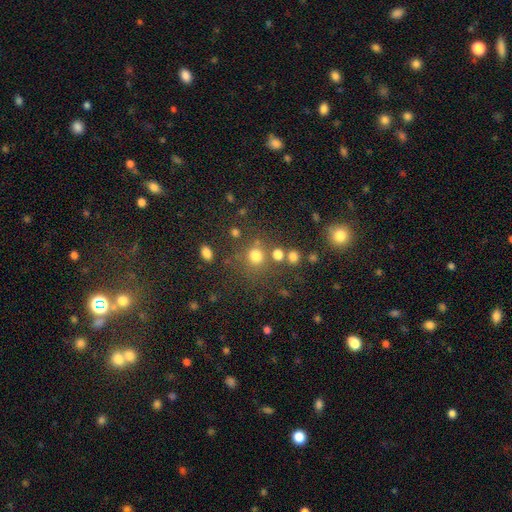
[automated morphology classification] Smooth or featured: smooth — 74% (star or artifact — 18%)
How rounded: round — 83% (in between — 16%)
Merging: none — 66% (merger — 16%)